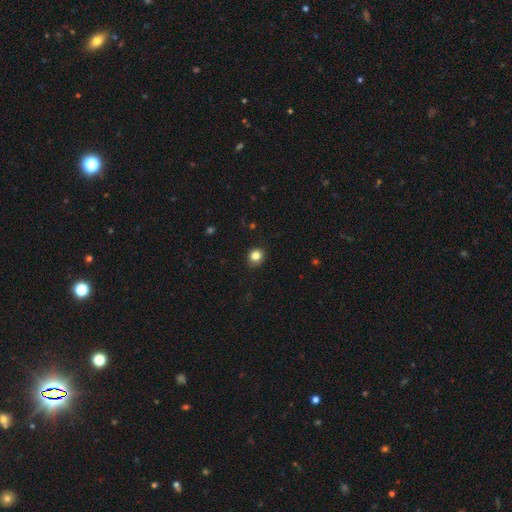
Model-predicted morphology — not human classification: Overall: smooth (84%). How rounded: round (81%). Merging: none (88%).